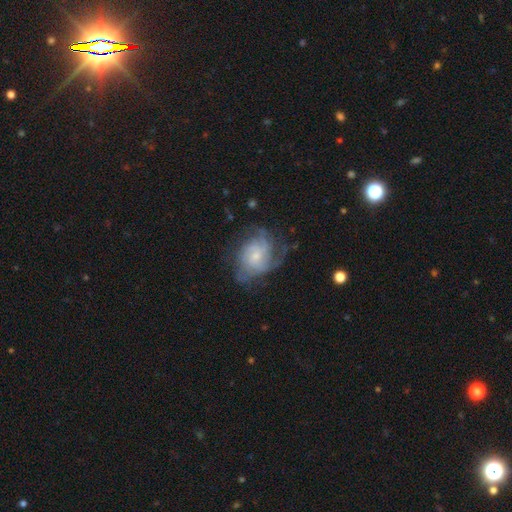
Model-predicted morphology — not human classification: Smooth or featured? featured or disk (77%)
Edge-on disk? no (98%)
Bar? no (67%)
Spiral arms? yes (91%)
Spiral winding? tight (50%)
Spiral arm count? can't tell (38%)
Bulge size? small (65%)
Merging? none (56%)